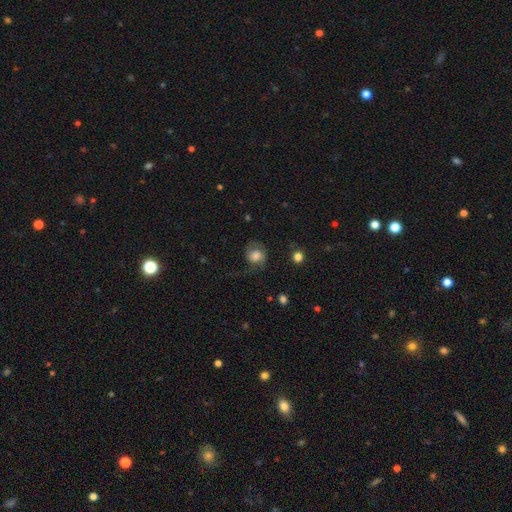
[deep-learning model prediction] This is likely a smooth galaxy (61%). How rounded: likely round (73%). Merging: possibly none (52%).